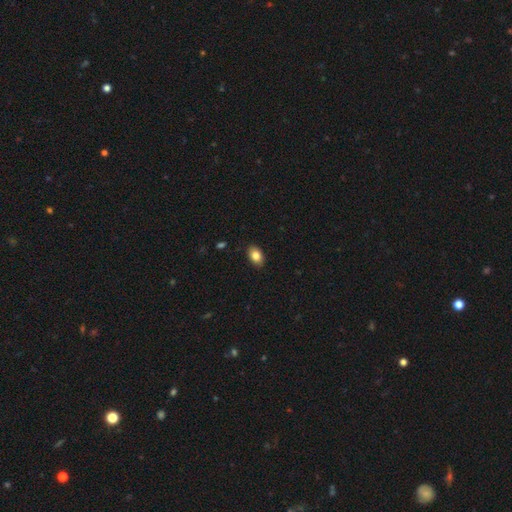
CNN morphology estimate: Smooth or featured?
  - smooth: 84% *
  - featured or disk: 9%
  - star or artifact: 8%
How rounded?
  - in between: 87% *
  - round: 11%
  - cigar-shaped: 1%
Merging?
  - none: 89% *
  - minor disturbance: 8%
  - major disturbance: 2%
  - merger: 1%